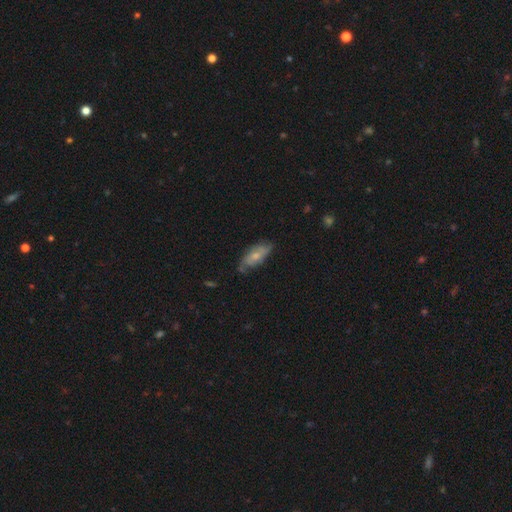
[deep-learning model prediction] A featured or disk galaxy (58%). Merging: none (65%).